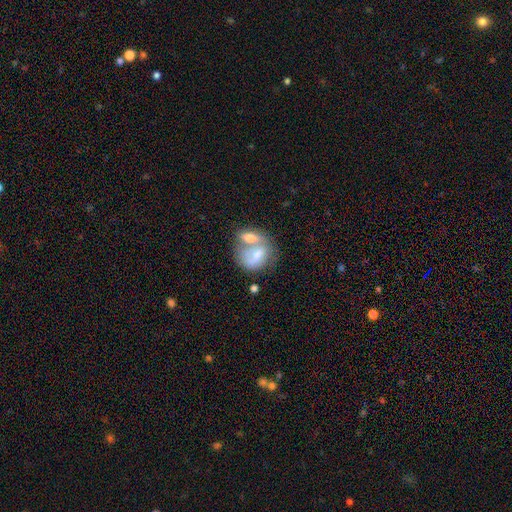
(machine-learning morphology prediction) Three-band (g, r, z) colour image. It shows a smooth galaxy with no disk features (61%) that is in between round and cigar-shaped (62%). Merging: merger (63%).